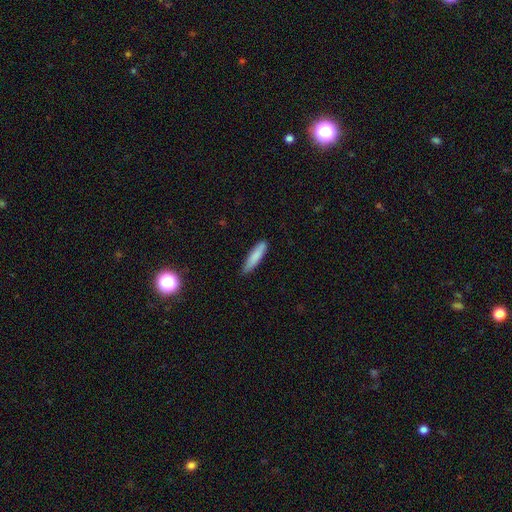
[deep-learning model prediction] smooth_or_featured: smooth (p=0.84) [alt: featured or disk p=0.11]
how_rounded: cigar-shaped (p=0.81) [alt: in between p=0.17]
merging: none (p=0.83) [alt: minor disturbance p=0.14]